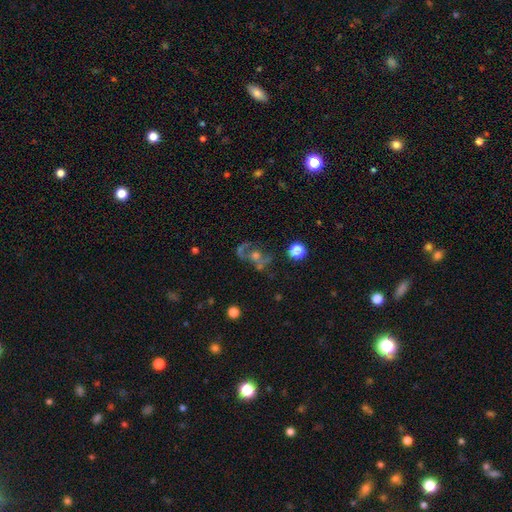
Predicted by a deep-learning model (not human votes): Smooth or featured? Predicted: featured or disk (p=0.46). Merging? Predicted: none (p=0.41).